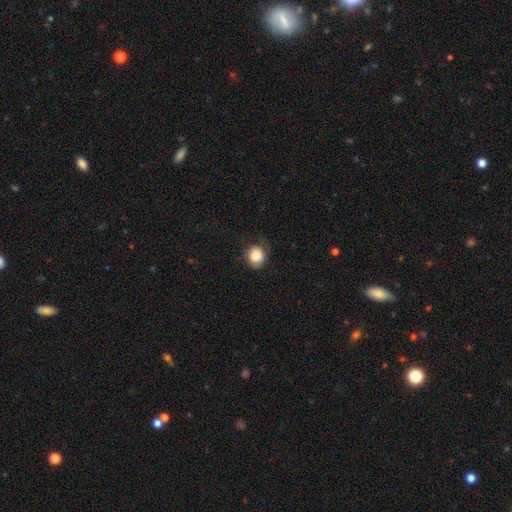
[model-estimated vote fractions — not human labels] Smooth or featured?
  - smooth: 83% *
  - star or artifact: 10%
  - featured or disk: 8%
How rounded?
  - round: 80% *
  - in between: 19%
  - cigar-shaped: 1%
Merging?
  - none: 75% *
  - minor disturbance: 18%
  - major disturbance: 6%
  - merger: 1%